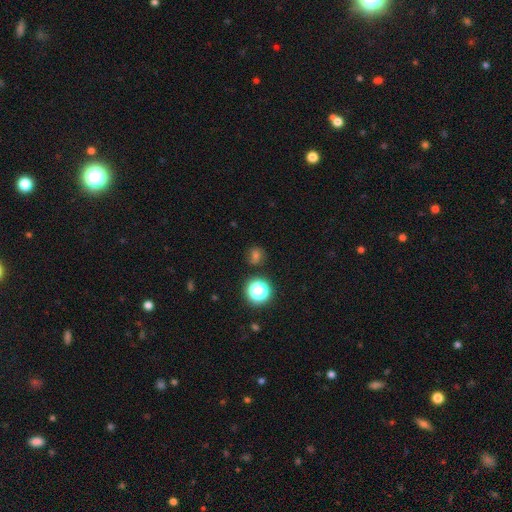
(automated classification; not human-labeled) Smooth or featured?
  - smooth: 57% *
  - star or artifact: 34%
  - featured or disk: 10%
How rounded?
  - round: 82% *
  - in between: 17%
  - cigar-shaped: 1%
Merging?
  - none: 80% *
  - minor disturbance: 11%
  - merger: 5%
  - major disturbance: 4%